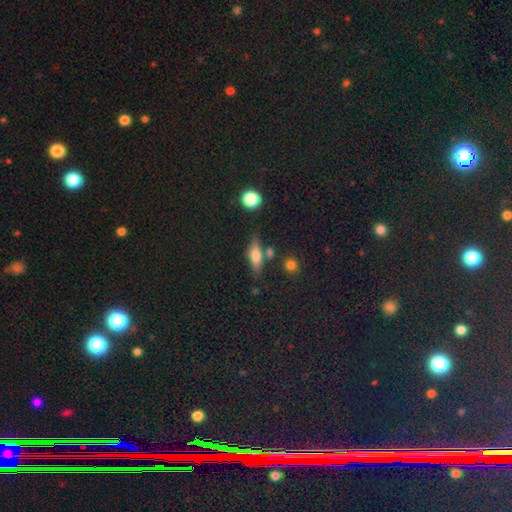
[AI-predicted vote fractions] This is likely a smooth galaxy (64%). How rounded: possibly in between (59%). Merging: likely none (70%).